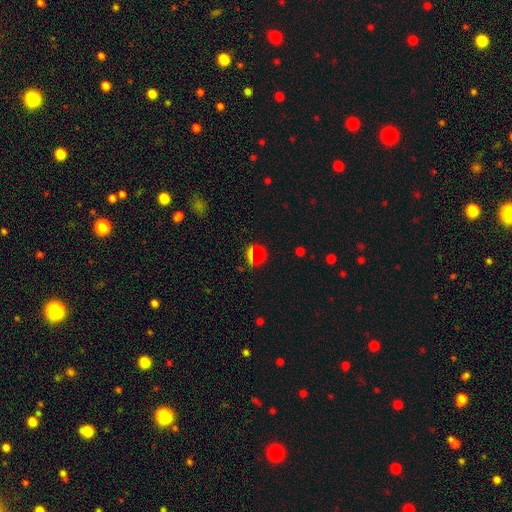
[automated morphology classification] Smooth or featured: smooth — 62% (star or artifact — 29%)
How rounded: round — 84% (in between — 13%)
Merging: none — 75% (merger — 10%)